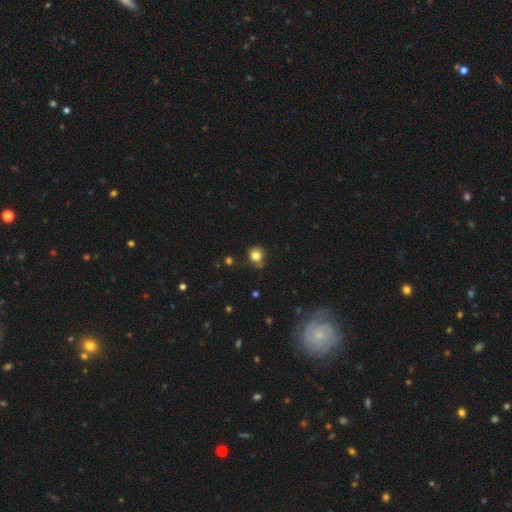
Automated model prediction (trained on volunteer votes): This is clearly a smooth galaxy (81%). How rounded: clearly round (83%). Merging: likely none (69%).